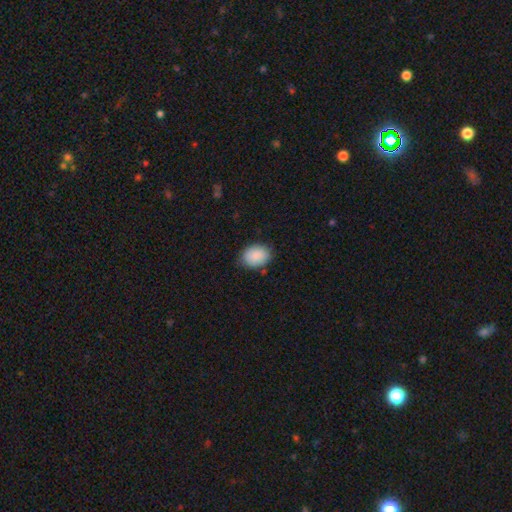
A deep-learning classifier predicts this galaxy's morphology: smooth-or-featured: smooth: 89% | star or artifact: 7% | featured or disk: 4%
  how-rounded: in between: 71% | round: 29% | cigar-shaped: 1%
  merging: none: 81% | minor disturbance: 15% | major disturbance: 3% | merger: 1%